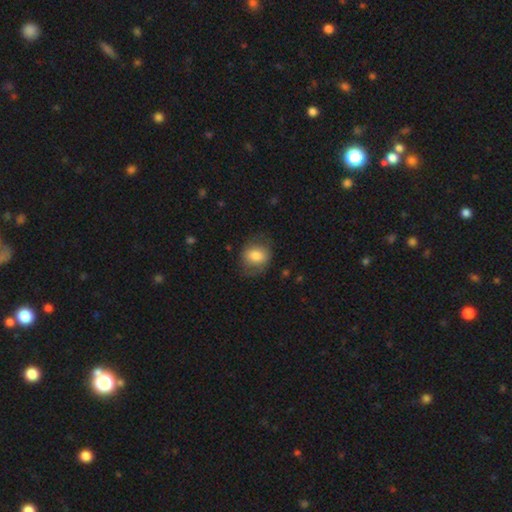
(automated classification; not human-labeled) smooth-or-featured: smooth: 74% | featured or disk: 19% | star or artifact: 7%
  how-rounded: round: 55% | in between: 44% | cigar-shaped: 1%
  merging: none: 69% | minor disturbance: 20% | major disturbance: 10% | merger: 1%